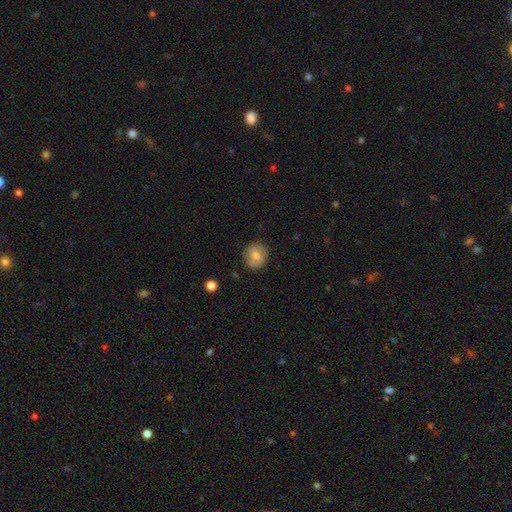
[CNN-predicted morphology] Smooth or featured: smooth — 77% (featured or disk — 15%)
How rounded: round — 80% (in between — 19%)
Merging: none — 81% (minor disturbance — 14%)